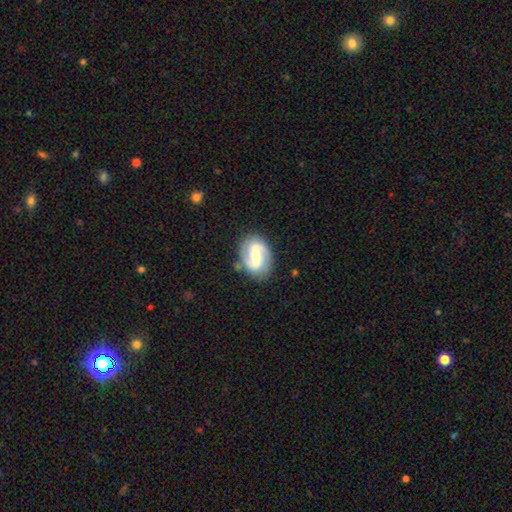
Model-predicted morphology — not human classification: The model was most divided on "bulge size": moderate: 49%, small: 42%, large: 5%, none: 3%, dominant: 1%. Remaining: edge-on disk — no (97%); spiral arms — yes (94%); spiral arm count — 2 (90%); smooth or featured — featured or disk (80%); merging — none (79%); spiral winding — medium (46%); bar — weak (45%).